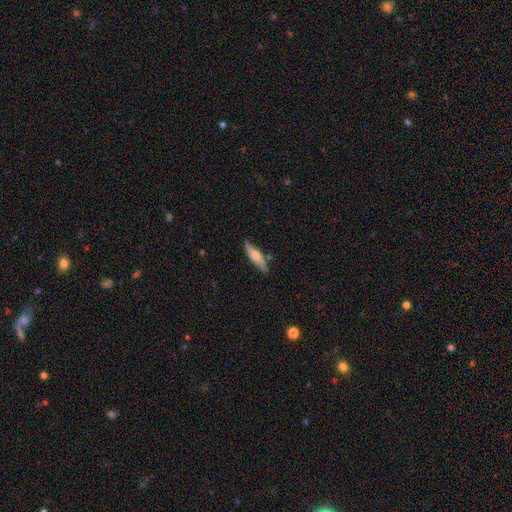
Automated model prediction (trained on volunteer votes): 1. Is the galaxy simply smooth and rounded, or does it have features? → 68% smooth, 26% featured or disk, 6% star or artifact.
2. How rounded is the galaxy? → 66% cigar-shaped, 32% in between, 2% round.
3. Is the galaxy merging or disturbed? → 78% none, 16% minor disturbance, 4% merger, 3% major disturbance.